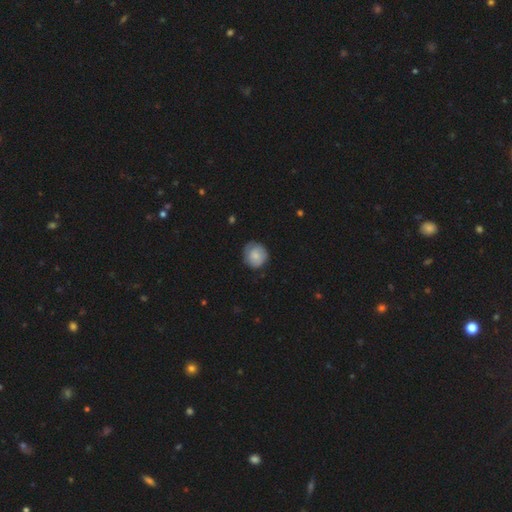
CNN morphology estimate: smooth 74%, featured or disk 19%, star or artifact 6%. Down the decision tree: how rounded — round (88%); merging — none (73%).